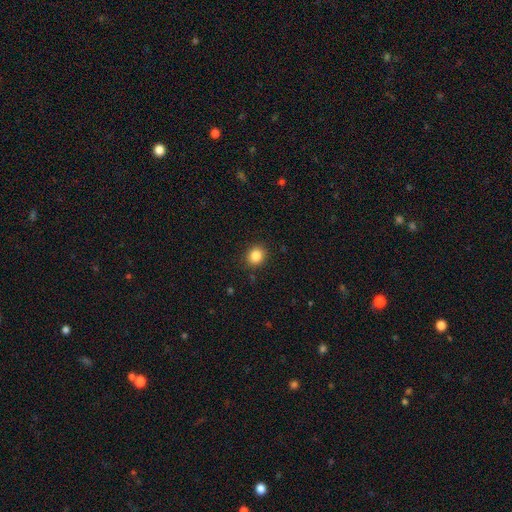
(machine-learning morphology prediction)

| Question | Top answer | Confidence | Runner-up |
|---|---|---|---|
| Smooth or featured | smooth | 85% | star or artifact (10%) |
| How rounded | round | 72% | in between (27%) |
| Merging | none | 88% | minor disturbance (8%) |